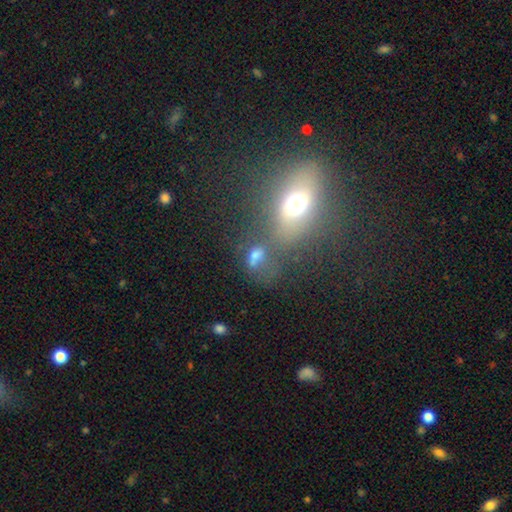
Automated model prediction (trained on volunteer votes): Smooth or featured? Predicted: smooth (p=0.52). How rounded? Predicted: in between (p=0.59). Merging? Predicted: none (p=0.36).